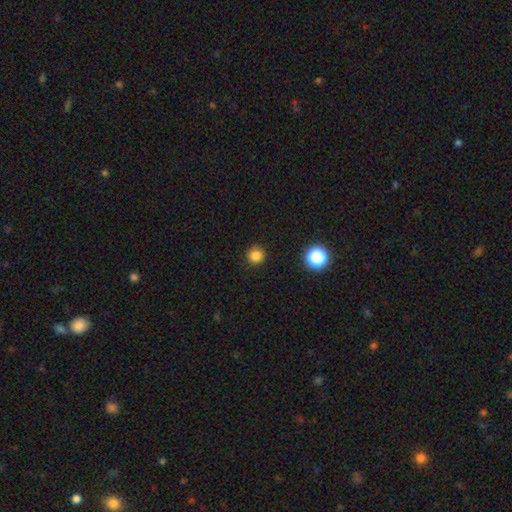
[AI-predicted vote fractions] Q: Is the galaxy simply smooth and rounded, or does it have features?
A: smooth — 83%.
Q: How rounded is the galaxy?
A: round — 94%.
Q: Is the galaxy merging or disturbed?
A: none — 90%.